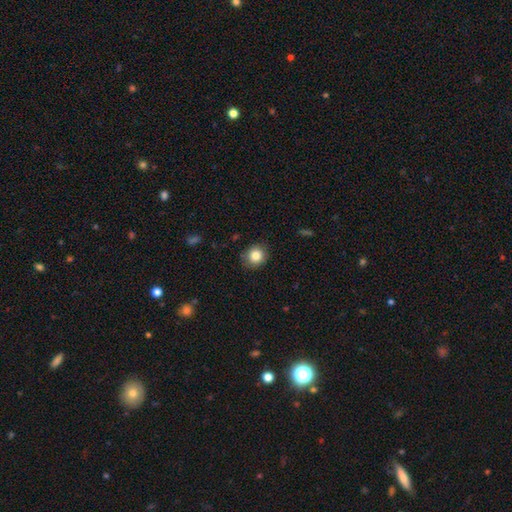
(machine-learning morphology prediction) Overall: smooth (83%). How rounded: round (84%). Merging: none (84%).